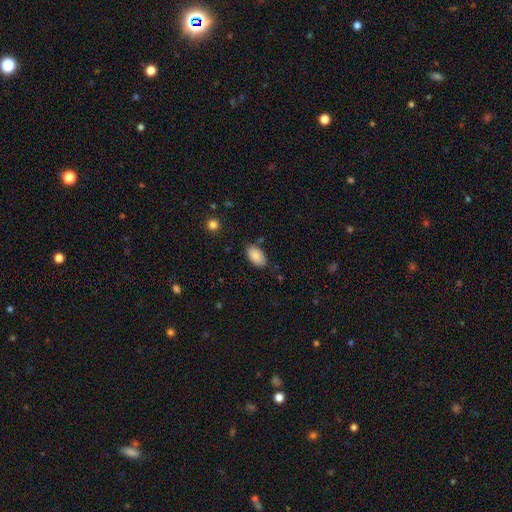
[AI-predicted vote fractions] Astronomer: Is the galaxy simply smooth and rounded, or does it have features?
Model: smooth — 89%.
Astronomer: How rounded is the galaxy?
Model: in between — 94%.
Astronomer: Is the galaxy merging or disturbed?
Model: none — 81%.